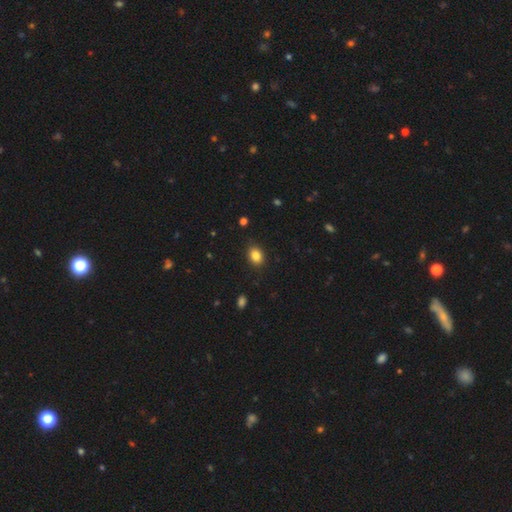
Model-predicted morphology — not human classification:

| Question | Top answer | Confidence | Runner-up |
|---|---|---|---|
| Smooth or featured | smooth | 85% | star or artifact (10%) |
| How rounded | in between | 63% | round (36%) |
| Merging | none | 87% | minor disturbance (10%) |